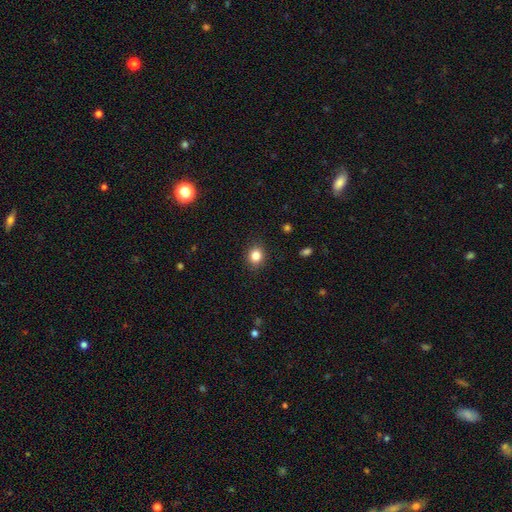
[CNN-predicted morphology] Smooth or featured?
  - smooth: 84% *
  - star or artifact: 10%
  - featured or disk: 5%
How rounded?
  - round: 63% *
  - in between: 36%
  - cigar-shaped: 1%
Merging?
  - none: 88% *
  - minor disturbance: 8%
  - major disturbance: 2%
  - merger: 1%